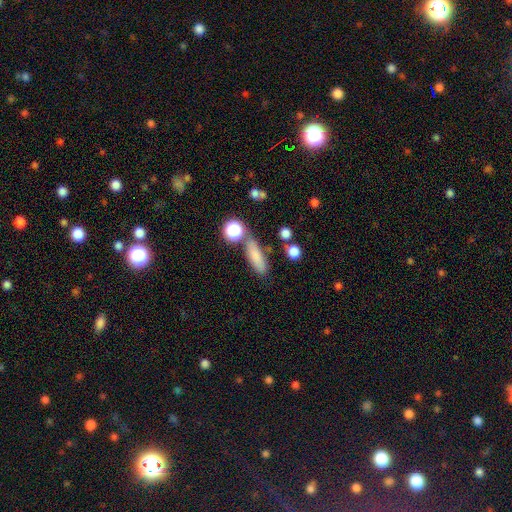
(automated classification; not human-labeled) Overall: smooth (78%). How rounded: cigar-shaped (50%; in between 44%). Merging: none (70%).